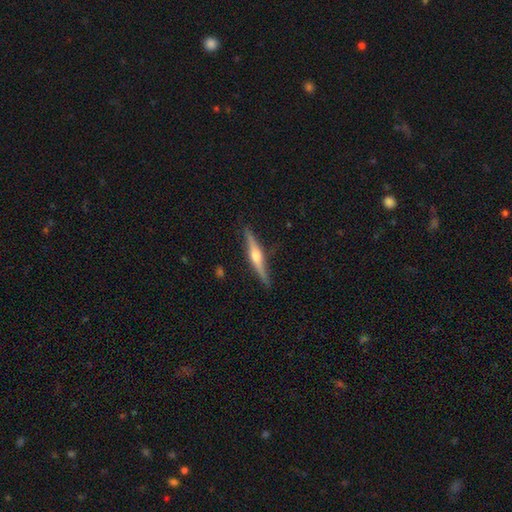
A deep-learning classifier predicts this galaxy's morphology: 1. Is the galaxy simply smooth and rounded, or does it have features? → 74% featured or disk, 21% smooth, 5% star or artifact.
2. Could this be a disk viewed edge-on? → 98% yes, 2% no.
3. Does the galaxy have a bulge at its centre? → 90% rounded, 6% boxy, 4% none.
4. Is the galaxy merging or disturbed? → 88% none, 9% minor disturbance, 2% major disturbance, 1% merger.